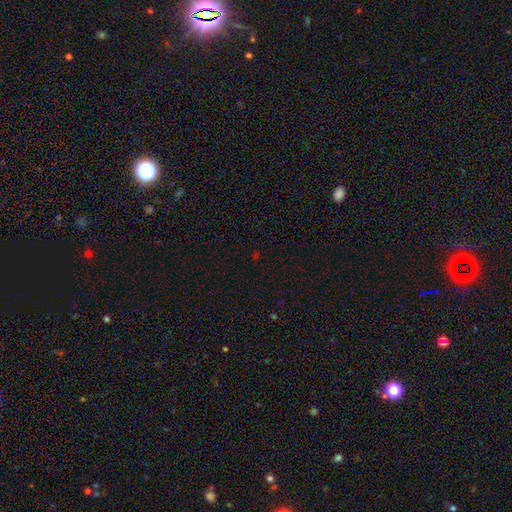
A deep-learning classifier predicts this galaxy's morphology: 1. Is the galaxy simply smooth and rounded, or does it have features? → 62% star or artifact, 31% smooth, 7% featured or disk.